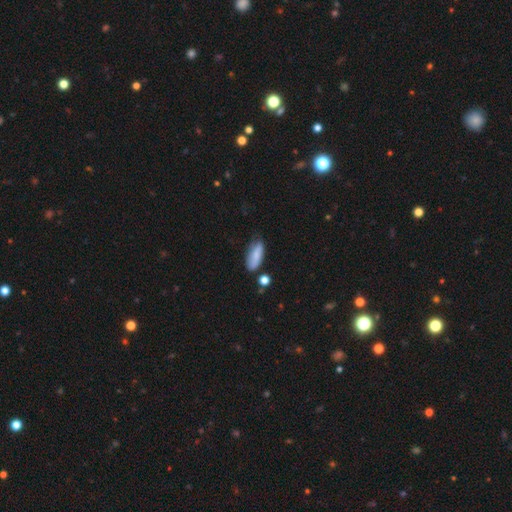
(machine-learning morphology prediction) Smooth or featured: smooth — 78% (featured or disk — 14%)
How rounded: in between — 72% (cigar-shaped — 25%)
Merging: none — 55% (minor disturbance — 31%)